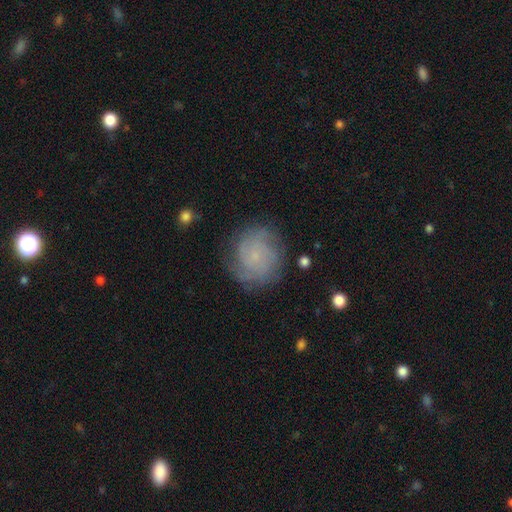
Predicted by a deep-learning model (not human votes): Morphology: type=featured or disk (66%); edge-on=no (98%); bar=no (79%); spiral arms=yes (92%); winding=tight (63%); arm count=can't tell (37%); bulge=small (76%); merging=none (78%).